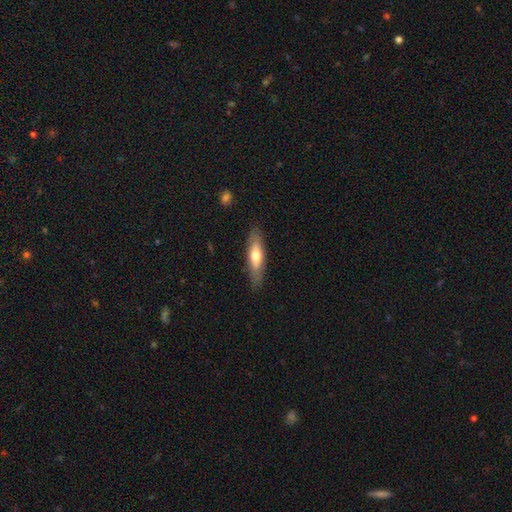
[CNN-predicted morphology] Q: Smooth or featured?
A: smooth (59%); runner-up: featured or disk (36%)
Q: How rounded?
A: cigar-shaped (58%); runner-up: in between (40%)
Q: Merging?
A: none (82%); runner-up: minor disturbance (13%)